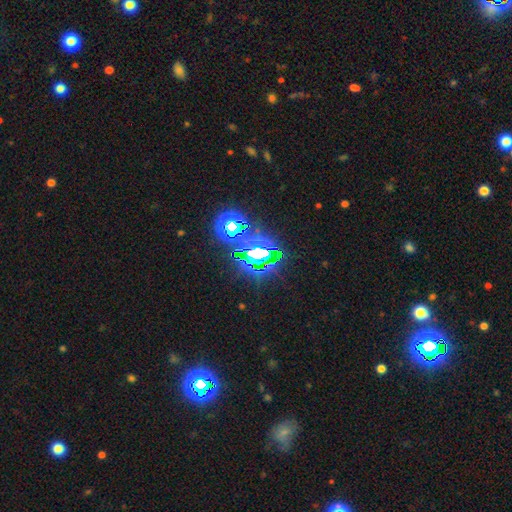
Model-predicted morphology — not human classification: A star or artifact, not a galaxy (81%).